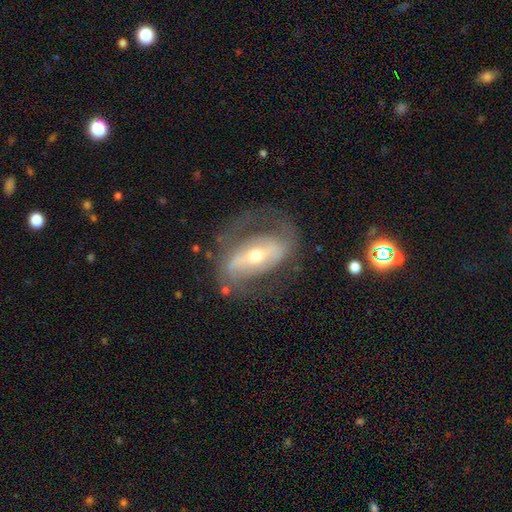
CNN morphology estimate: This is clearly a featured or disk galaxy (81%). It is clearly not viewed edge-on (92%). Bar: possibly strong (58%). Spiral arm pattern: likely yes (78%). Spiral arm count: likely 2 (79%). Spiral winding: possibly medium (45%). Central bulge: possibly moderate (58%). Merging: likely none (62%).